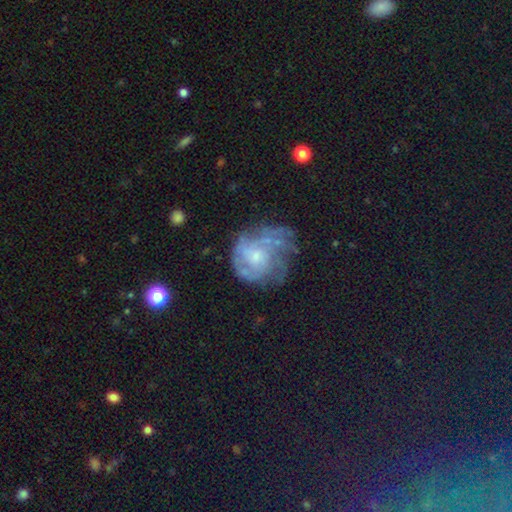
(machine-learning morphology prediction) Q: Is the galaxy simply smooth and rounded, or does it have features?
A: featured or disk — 73%.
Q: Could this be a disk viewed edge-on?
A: no — 98%.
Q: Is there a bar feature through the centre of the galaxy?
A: no — 76%.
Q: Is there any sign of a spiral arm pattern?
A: yes — 82%.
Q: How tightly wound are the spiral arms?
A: tight — 51%.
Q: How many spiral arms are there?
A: can't tell — 45%.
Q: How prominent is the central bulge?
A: small — 54%.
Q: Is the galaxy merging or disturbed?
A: none — 52%.